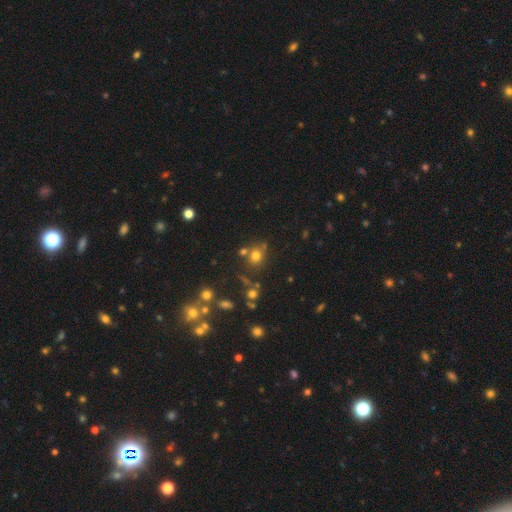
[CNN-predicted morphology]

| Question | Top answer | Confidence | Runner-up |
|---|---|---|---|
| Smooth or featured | smooth | 69% | star or artifact (21%) |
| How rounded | round | 77% | in between (22%) |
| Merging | none | 65% | merger (17%) |